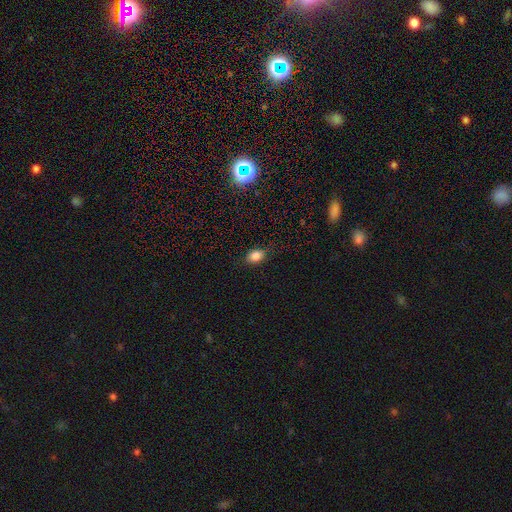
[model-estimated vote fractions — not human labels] Smooth or featured?
  - smooth: 83% *
  - star or artifact: 11%
  - featured or disk: 5%
How rounded?
  - in between: 74% *
  - round: 24%
  - cigar-shaped: 2%
Merging?
  - none: 83% *
  - minor disturbance: 13%
  - major disturbance: 3%
  - merger: 1%